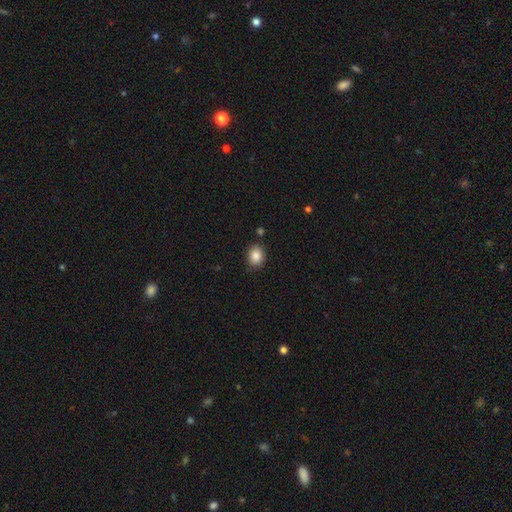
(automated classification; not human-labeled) The model was most divided on "how rounded": round: 52%, in between: 47%, cigar-shaped: 1%. More confident: smooth or featured — smooth (86%); merging — none (81%).